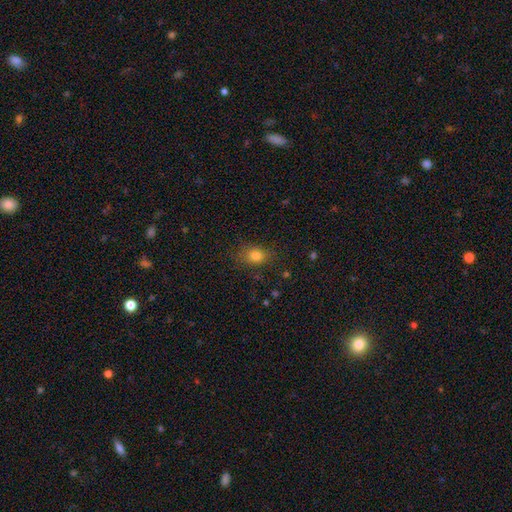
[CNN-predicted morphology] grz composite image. It shows a smooth galaxy with no disk features (79%) that is in between round and cigar-shaped (52%). Merging: none (80%).